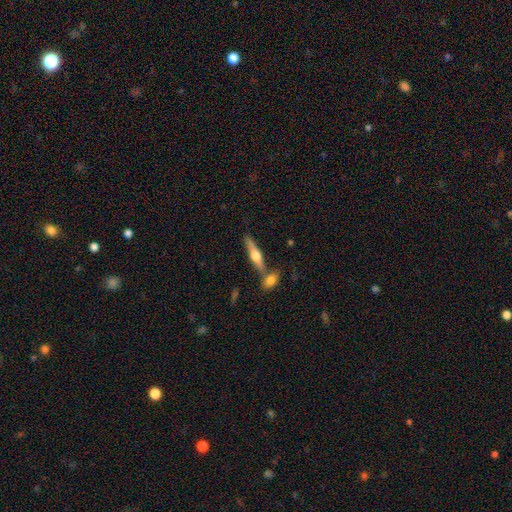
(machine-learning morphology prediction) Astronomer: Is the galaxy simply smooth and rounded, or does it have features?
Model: featured or disk — 60%.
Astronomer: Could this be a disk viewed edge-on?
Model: yes — 96%.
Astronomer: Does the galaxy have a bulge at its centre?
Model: rounded — 93%.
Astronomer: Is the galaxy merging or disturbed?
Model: none — 69%.